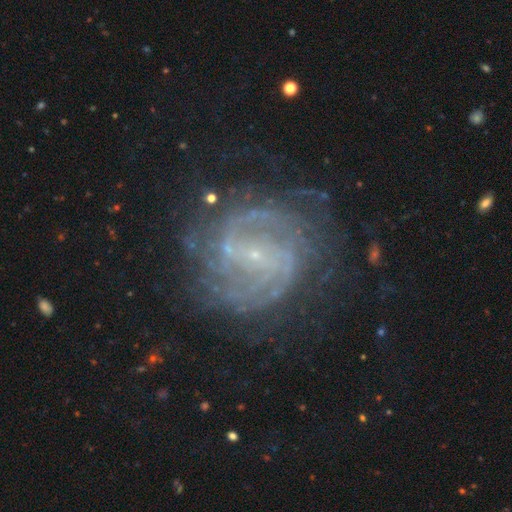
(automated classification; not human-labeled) Smooth or featured? featured or disk (86%)
Edge-on disk? no (97%)
Bar? weak (42%)
Spiral arms? yes (96%)
Spiral winding? tight (49%)
Spiral arm count? 2 (37%)
Bulge size? small (87%)
Merging? none (72%)